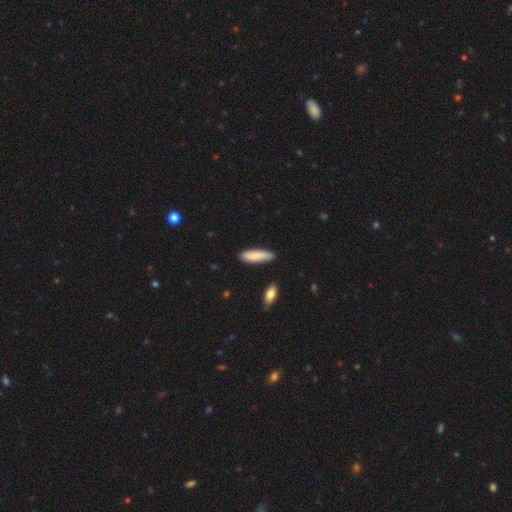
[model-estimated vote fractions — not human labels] smooth-or-featured: smooth: 83% | featured or disk: 11% | star or artifact: 6%
  how-rounded: cigar-shaped: 65% | in between: 34% | round: 1%
  merging: none: 85% | minor disturbance: 11% | merger: 2% | major disturbance: 2%